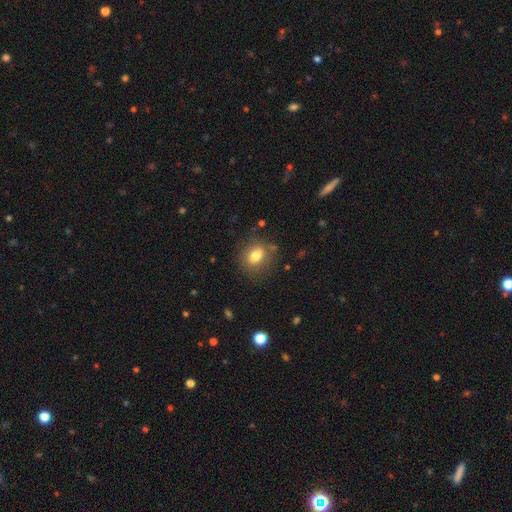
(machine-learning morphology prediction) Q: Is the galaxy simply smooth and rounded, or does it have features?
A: smooth — 77%.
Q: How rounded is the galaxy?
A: round — 55%.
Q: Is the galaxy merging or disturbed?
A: none — 79%.